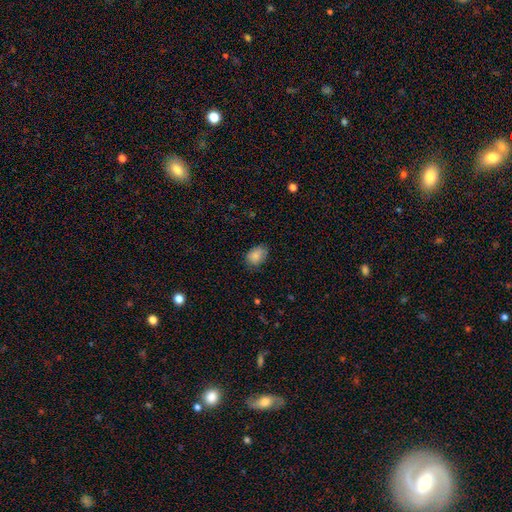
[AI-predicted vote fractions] smooth_or_featured: smooth (p=0.87) [alt: star or artifact p=0.08]
how_rounded: in between (p=0.72) [alt: round p=0.27]
merging: none (p=0.73) [alt: minor disturbance p=0.22]